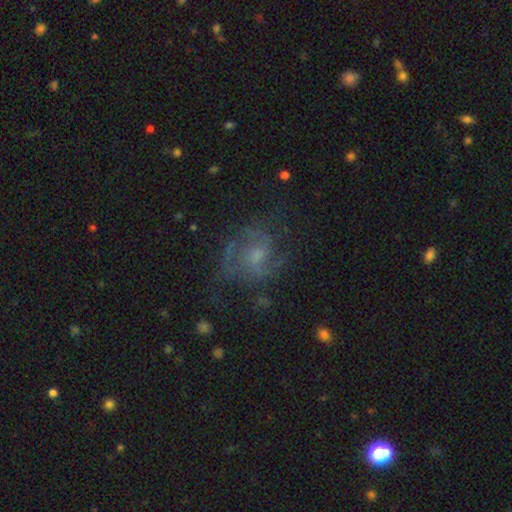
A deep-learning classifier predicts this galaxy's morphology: This is likely a featured or disk galaxy (68%). It is clearly not viewed edge-on (97%). Bar: possibly no (60%). Spiral arm pattern: clearly yes (84%). Spiral arm count: possibly 2 (46%). Spiral winding: possibly medium (51%). Central bulge: marginally small (42%). Merging: likely none (61%).